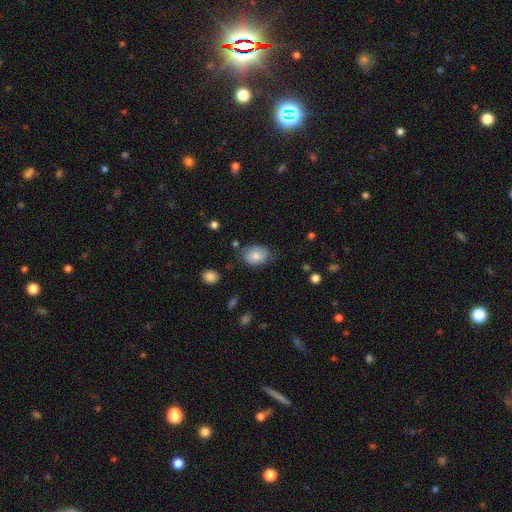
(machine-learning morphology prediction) This appears to be a smooth galaxy with no disk features (80%) that is in between round and cigar-shaped (77%). Merging: none (63%).